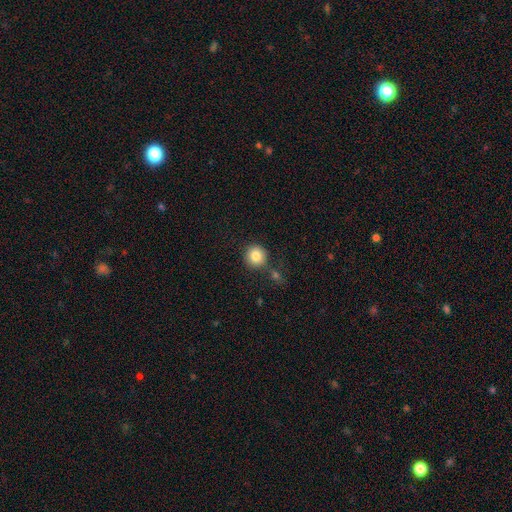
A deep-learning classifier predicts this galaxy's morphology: This appears to be a smooth galaxy with no disk features (83%) that is round (94%). Merging: none (75%).